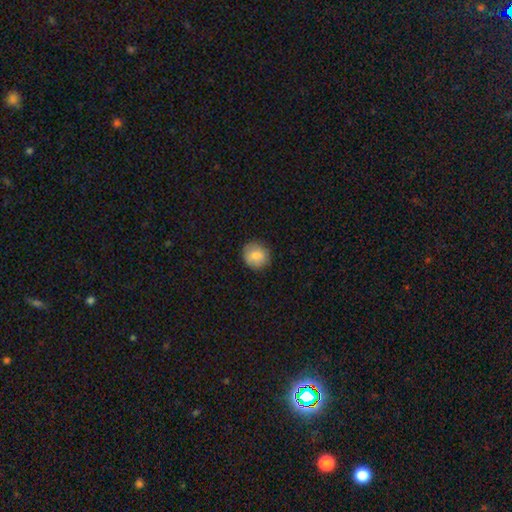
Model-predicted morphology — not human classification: A smooth galaxy with no disk features (81%) that is round (85%).

Vote fractions:
- Smooth or featured? smooth: 81% / featured or disk: 11% / star or artifact: 8%
- How rounded? round: 85% / in between: 14% / cigar-shaped: 1%
- Merging? none: 86% / minor disturbance: 10% / major disturbance: 2% / merger: 1%